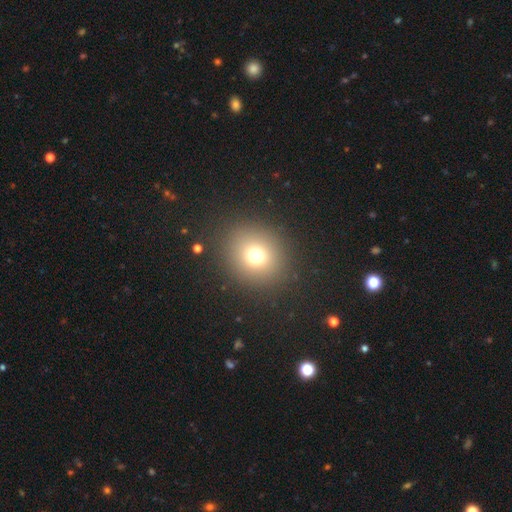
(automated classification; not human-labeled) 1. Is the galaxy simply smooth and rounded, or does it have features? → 72% smooth, 18% star or artifact, 10% featured or disk.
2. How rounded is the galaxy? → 84% round, 15% in between, 1% cigar-shaped.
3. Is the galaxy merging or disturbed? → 88% none, 6% minor disturbance, 4% major disturbance, 2% merger.